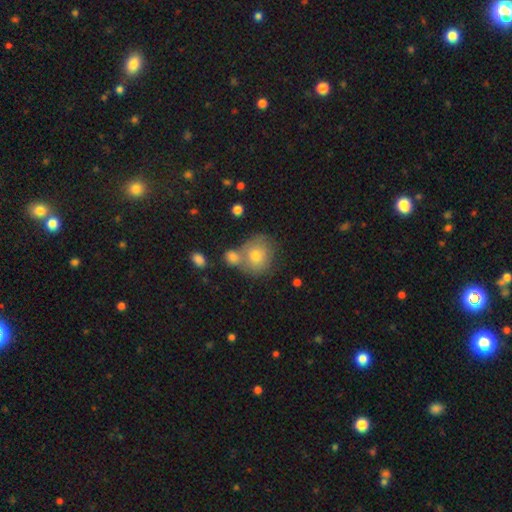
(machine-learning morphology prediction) The model was most divided on "merging": none: 48%, merger: 34%, minor disturbance: 13%, major disturbance: 5%. More confident: how rounded — round (79%); smooth or featured — smooth (72%).